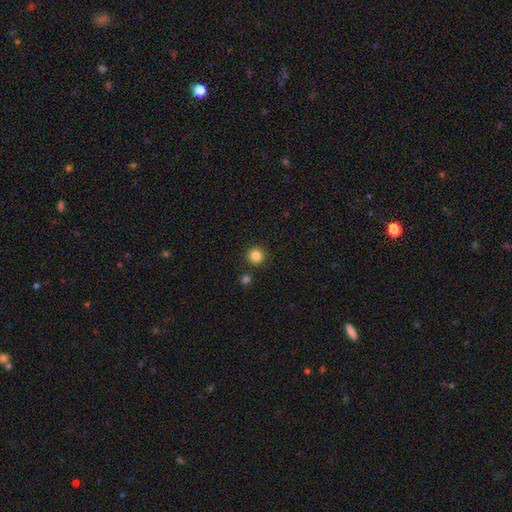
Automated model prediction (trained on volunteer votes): This is clearly a smooth galaxy (84%). How rounded: clearly round (95%). Merging: clearly none (89%).